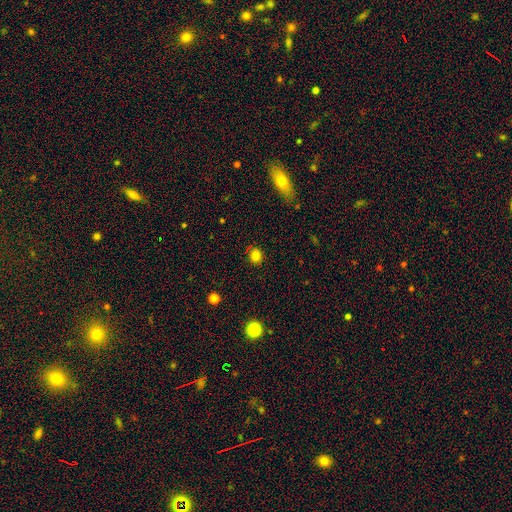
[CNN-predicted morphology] Smooth or featured? smooth (81%)
How rounded? round (77%)
Merging? none (87%)